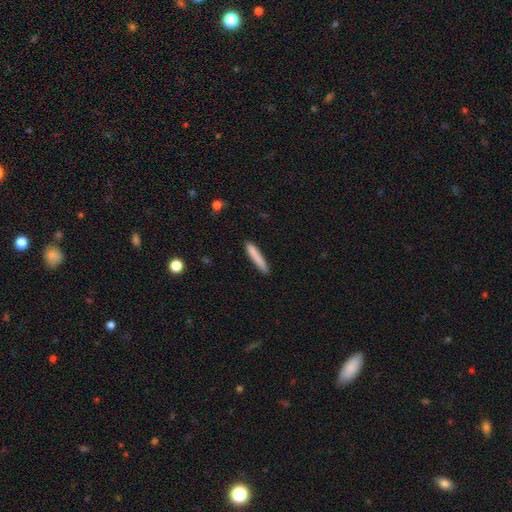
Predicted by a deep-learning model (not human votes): Smooth or featured?
  - smooth: 82% *
  - featured or disk: 12%
  - star or artifact: 6%
How rounded?
  - cigar-shaped: 94% *
  - in between: 5%
  - round: 1%
Merging?
  - none: 86% *
  - minor disturbance: 11%
  - major disturbance: 2%
  - merger: 1%